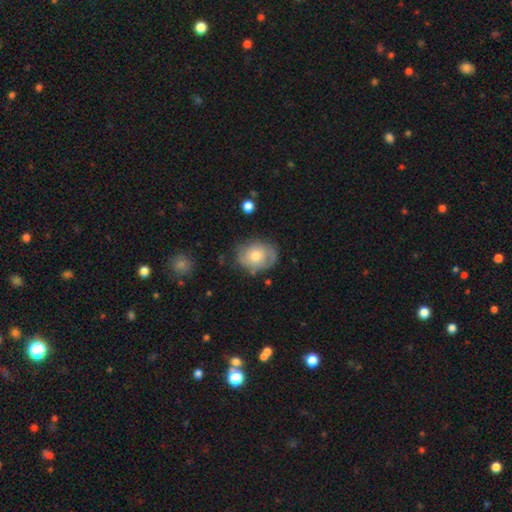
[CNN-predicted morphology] Smooth or featured? smooth (57%)
How rounded? in between (50%)
Merging? none (69%)